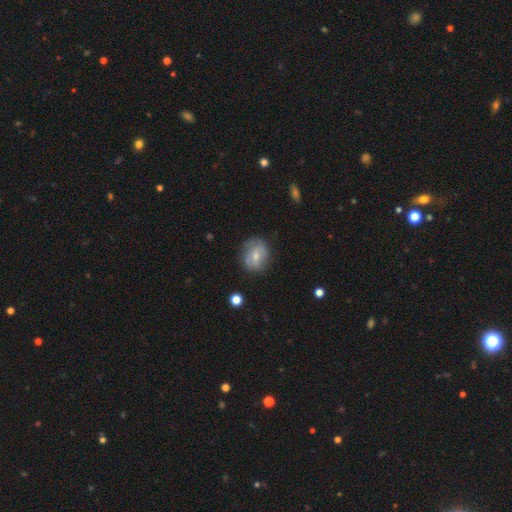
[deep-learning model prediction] Smooth or featured? Predicted: smooth (p=0.52). How rounded? Predicted: round (p=0.51). Merging? Predicted: none (p=0.65).